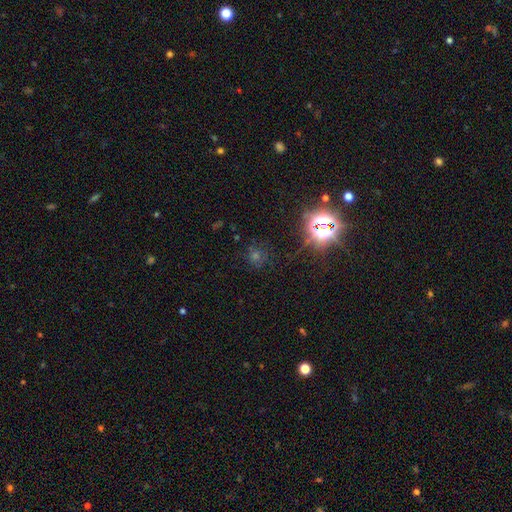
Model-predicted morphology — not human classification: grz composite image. It shows a star or artifact, not a galaxy (58%).